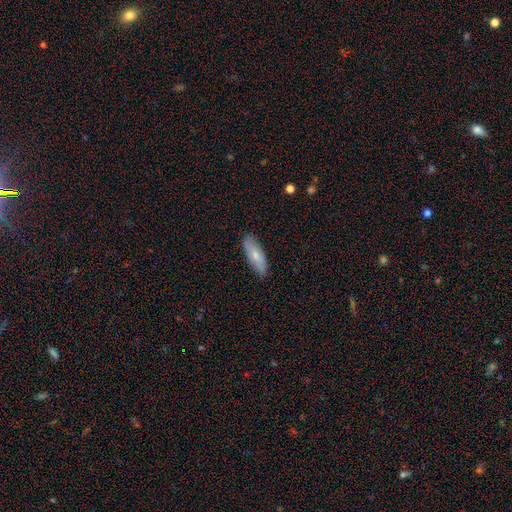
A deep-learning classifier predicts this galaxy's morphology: This is likely a smooth galaxy (70%). How rounded: likely in between (66%). Merging: clearly none (86%).